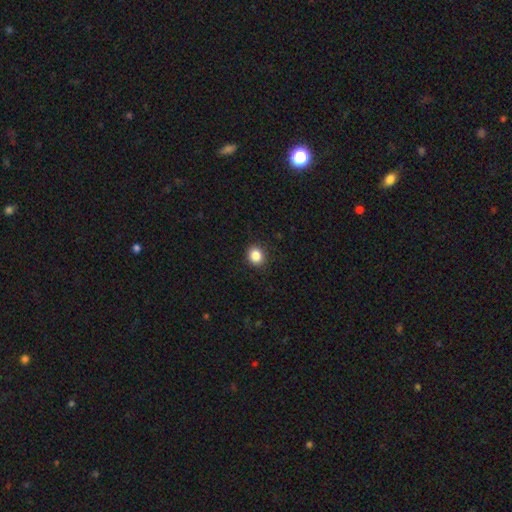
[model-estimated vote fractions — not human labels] smooth-or-featured: smooth: 86% | star or artifact: 10% | featured or disk: 4%
  how-rounded: round: 68% | in between: 31% | cigar-shaped: 1%
  merging: none: 90% | minor disturbance: 7% | major disturbance: 2% | merger: 1%